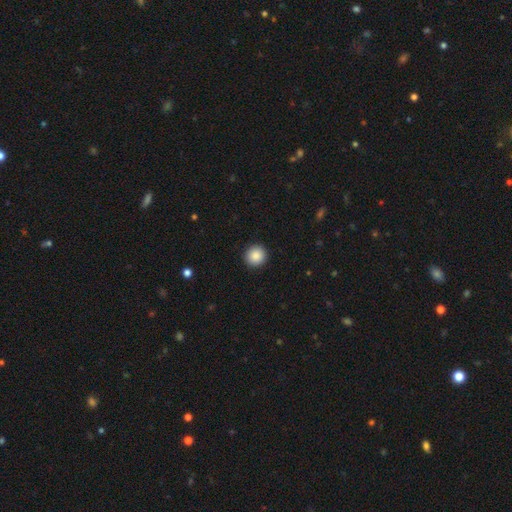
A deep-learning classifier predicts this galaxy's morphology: Smooth or featured?
  - smooth: 88% *
  - star or artifact: 8%
  - featured or disk: 4%
How rounded?
  - round: 93% *
  - in between: 6%
  - cigar-shaped: 1%
Merging?
  - none: 93% *
  - minor disturbance: 5%
  - major disturbance: 2%
  - merger: 1%